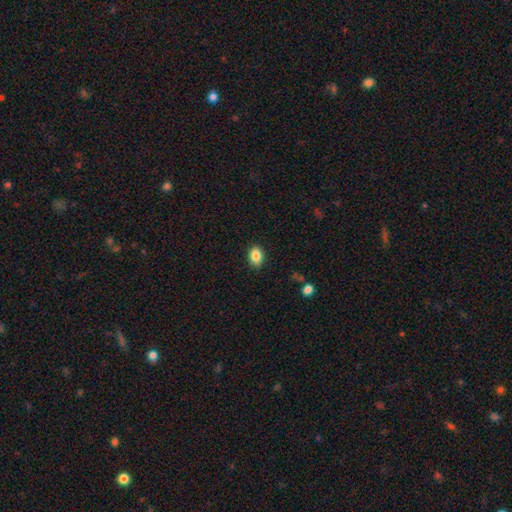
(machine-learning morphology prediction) smooth_or_featured: smooth (p=0.86) [alt: star or artifact p=0.08]
how_rounded: in between (p=0.81) [alt: round p=0.18]
merging: none (p=0.87) [alt: minor disturbance p=0.10]